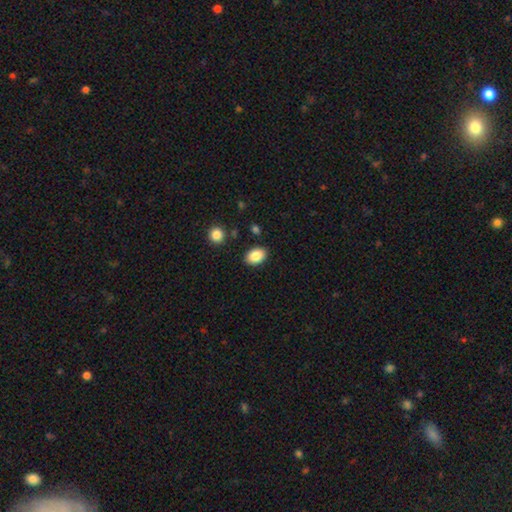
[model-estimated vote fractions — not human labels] smooth_or_featured: smooth (p=0.87) [alt: star or artifact p=0.08]
how_rounded: in between (p=0.84) [alt: round p=0.15]
merging: none (p=0.86) [alt: minor disturbance p=0.09]